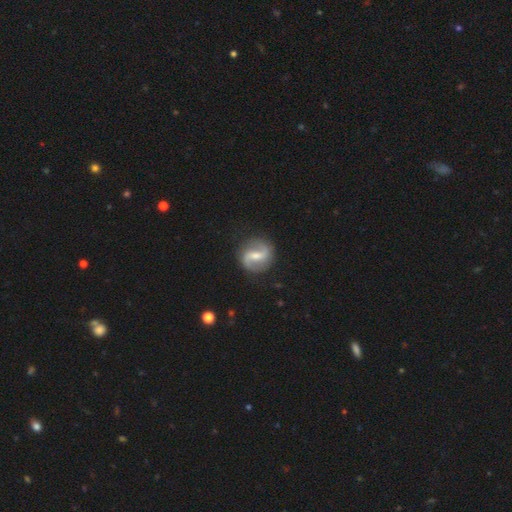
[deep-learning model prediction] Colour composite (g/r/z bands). It shows a featured or disk galaxy (84%) with a weak bar (44%), 2 (93%) loose (44%) spiral arms (95%) and a moderate central bulge (49%). Merging: none (86%).